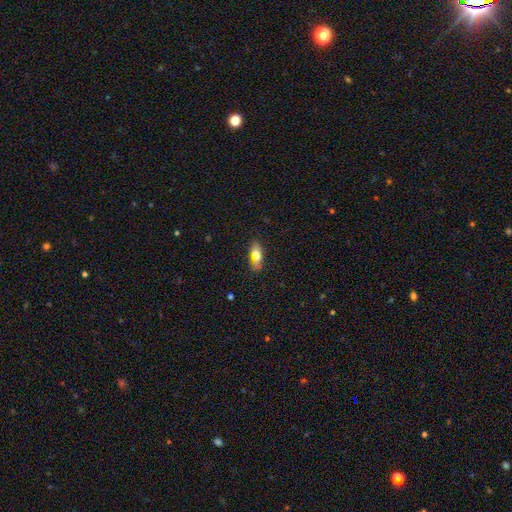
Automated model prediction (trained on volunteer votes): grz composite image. It shows a smooth galaxy with no disk features (67%) that is in between round and cigar-shaped (72%). Merging: none (77%).